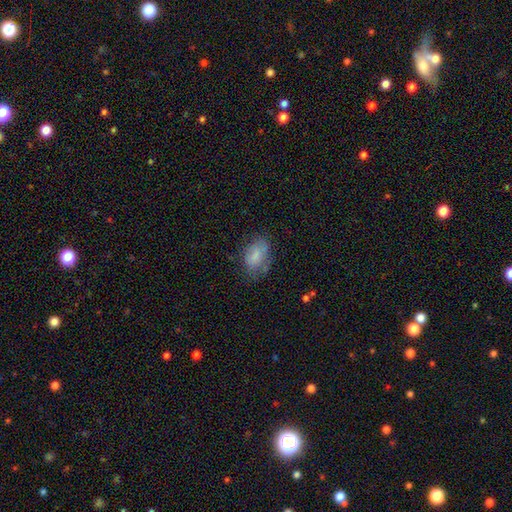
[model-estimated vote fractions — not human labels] Smooth or featured?
  - smooth: 72% *
  - featured or disk: 18%
  - star or artifact: 9%
How rounded?
  - in between: 88% *
  - round: 10%
  - cigar-shaped: 2%
Merging?
  - none: 57% *
  - minor disturbance: 28%
  - major disturbance: 13%
  - merger: 2%